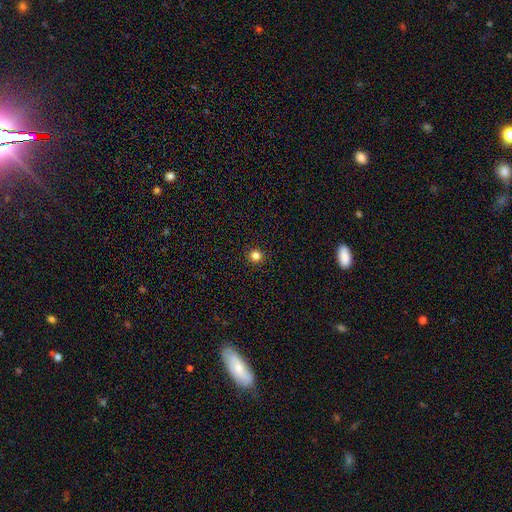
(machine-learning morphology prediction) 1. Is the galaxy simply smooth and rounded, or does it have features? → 82% smooth, 14% star or artifact, 4% featured or disk.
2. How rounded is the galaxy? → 94% round, 5% in between, 1% cigar-shaped.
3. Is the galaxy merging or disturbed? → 93% none, 4% minor disturbance, 2% major disturbance, 1% merger.